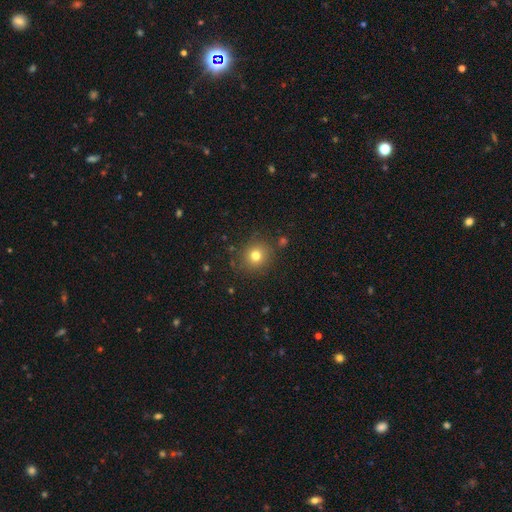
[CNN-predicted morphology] Smooth or featured?
  - smooth: 76% *
  - star or artifact: 15%
  - featured or disk: 9%
How rounded?
  - round: 88% *
  - in between: 11%
  - cigar-shaped: 1%
Merging?
  - none: 85% *
  - minor disturbance: 9%
  - major disturbance: 3%
  - merger: 2%